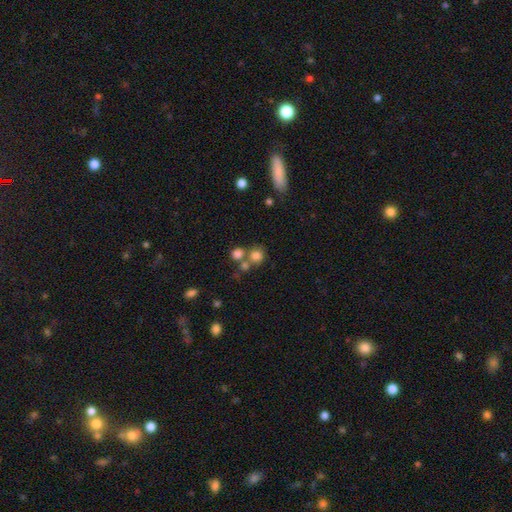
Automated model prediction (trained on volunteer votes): Smooth or featured: smooth — 76% (star or artifact — 14%)
How rounded: round — 84% (in between — 15%)
Merging: none — 53% (merger — 34%)